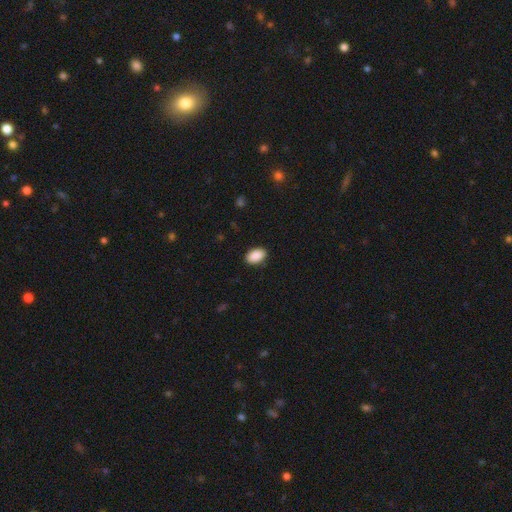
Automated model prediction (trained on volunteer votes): A smooth galaxy with no disk features (91%) that is in between round and cigar-shaped (92%). Merging: none (89%).